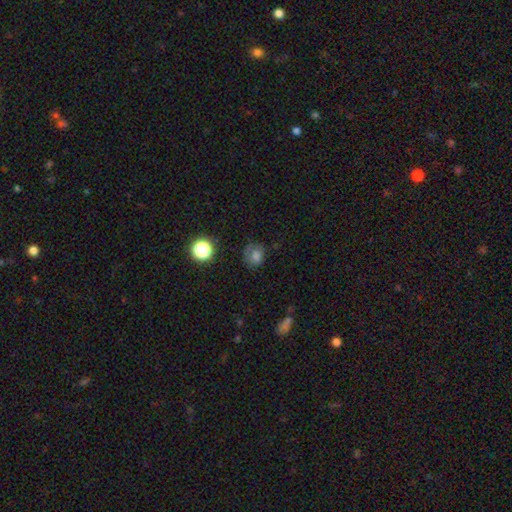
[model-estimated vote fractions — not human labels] Overall: smooth (73%). How rounded: round (71%). Merging: none (59%; minor disturbance 26%).